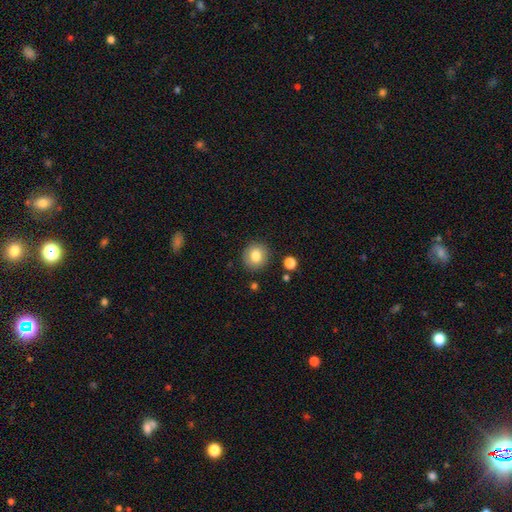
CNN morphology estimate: type=smooth (82%); roundness=round (86%); merging=none (89%).